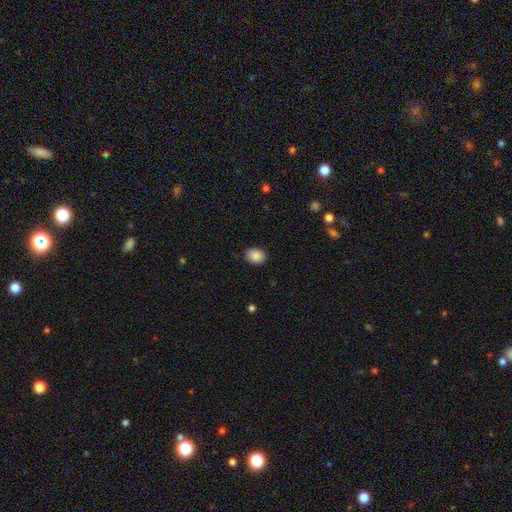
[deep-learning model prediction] Q: Smooth or featured?
A: smooth (88%); runner-up: star or artifact (8%)
Q: How rounded?
A: in between (57%); runner-up: round (42%)
Q: Merging?
A: none (89%); runner-up: minor disturbance (8%)